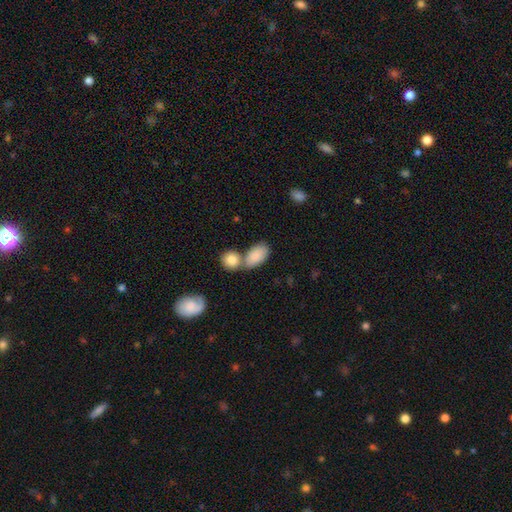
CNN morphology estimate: A smooth galaxy with no disk features (85%) that is in between round and cigar-shaped (91%). Merging: merger (42%).